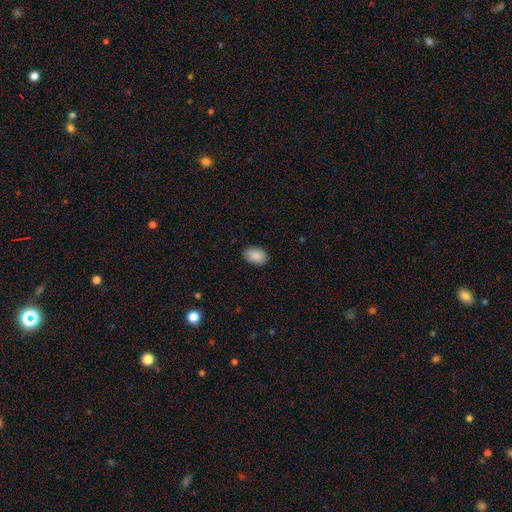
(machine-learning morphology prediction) smooth_or_featured: smooth (p=0.90) [alt: star or artifact p=0.07]
how_rounded: in between (p=0.82) [alt: round p=0.17]
merging: none (p=0.88) [alt: minor disturbance p=0.09]